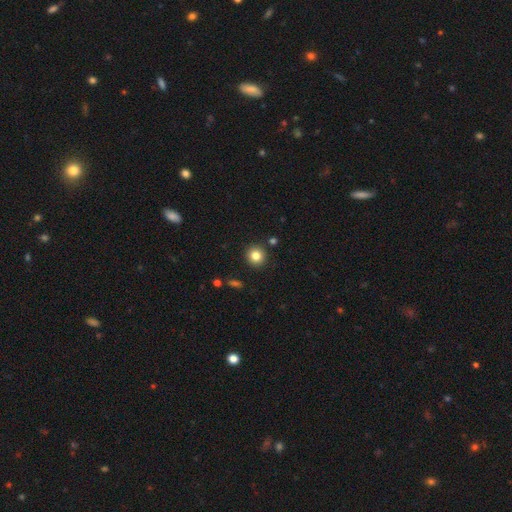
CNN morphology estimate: A smooth galaxy with no disk features (83%) that is round (91%).

Vote fractions:
- Smooth or featured? smooth: 83% / star or artifact: 11% / featured or disk: 6%
- How rounded? round: 91% / in between: 8% / cigar-shaped: 1%
- Merging? none: 89% / minor disturbance: 6% / merger: 3% / major disturbance: 2%